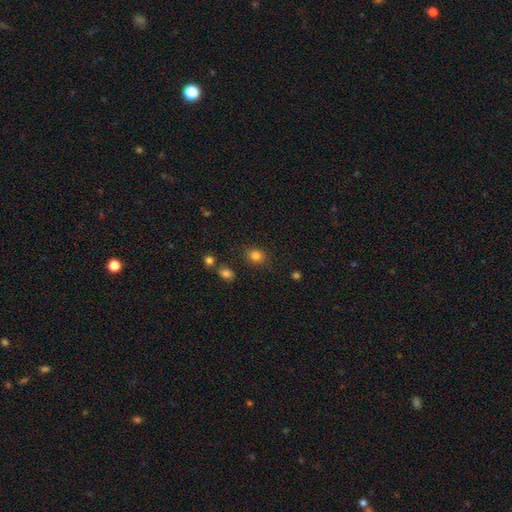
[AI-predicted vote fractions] This appears to be a smooth galaxy with no disk features (82%) that is round (69%). Merging: none (82%).